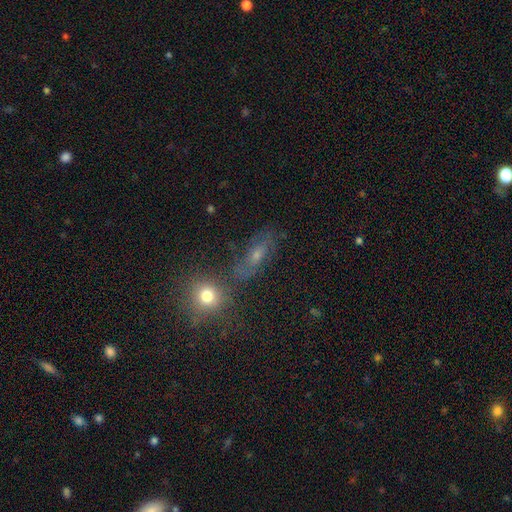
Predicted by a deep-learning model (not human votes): smooth-or-featured: smooth: 40% | featured or disk: 39% | star or artifact: 22%
  merging: none: 64% | minor disturbance: 17% | merger: 11% | major disturbance: 8%